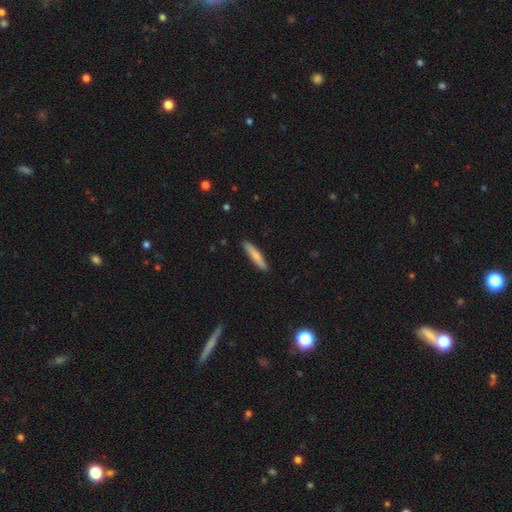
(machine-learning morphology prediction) Overall: smooth (75%). How rounded: cigar-shaped (90%). Merging: none (90%).